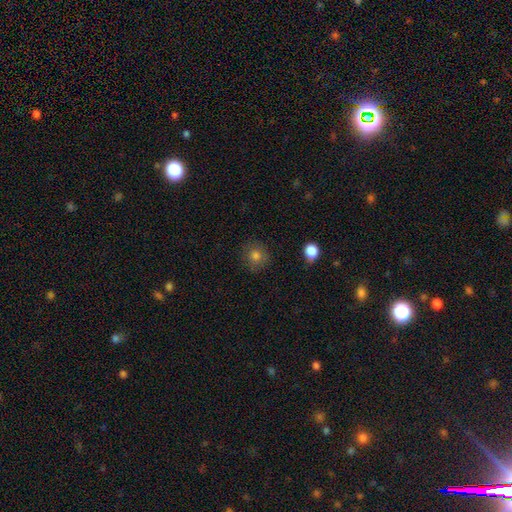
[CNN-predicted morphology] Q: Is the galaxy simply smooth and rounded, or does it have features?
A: smooth — 79%.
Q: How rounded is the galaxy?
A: round — 90%.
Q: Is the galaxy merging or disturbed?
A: none — 84%.